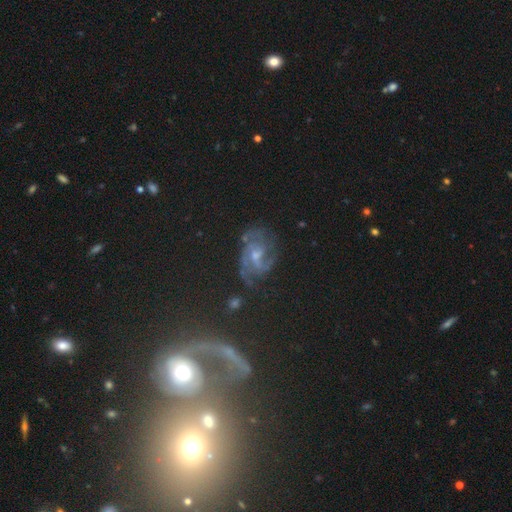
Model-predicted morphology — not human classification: Q: Smooth or featured?
A: featured or disk (68%); runner-up: star or artifact (19%)
Q: Edge-on disk?
A: no (97%); runner-up: yes (3%)
Q: Bar?
A: weak (45%); tied with: no (45%)
Q: Spiral arms?
A: yes (91%); runner-up: no (9%)
Q: Spiral winding?
A: medium (47%); runner-up: tight (37%)
Q: Spiral arm count?
A: 2 (34%); runner-up: can't tell (24%)
Q: Bulge size?
A: small (47%); runner-up: moderate (43%)
Q: Merging?
A: none (64%); runner-up: minor disturbance (20%)